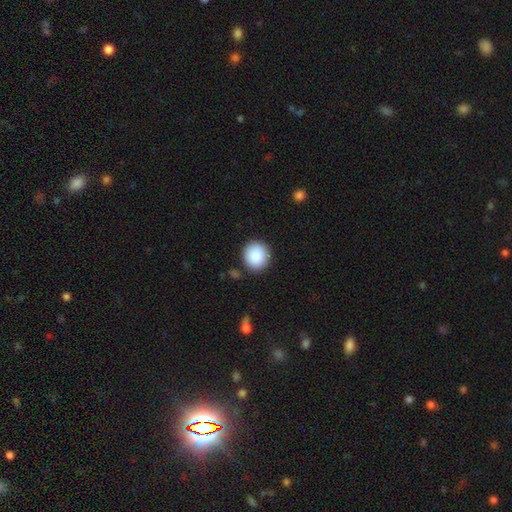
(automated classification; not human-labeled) smooth 88%, star or artifact 7%, featured or disk 5%. Down the decision tree: how rounded — round (91%); merging — none (88%).